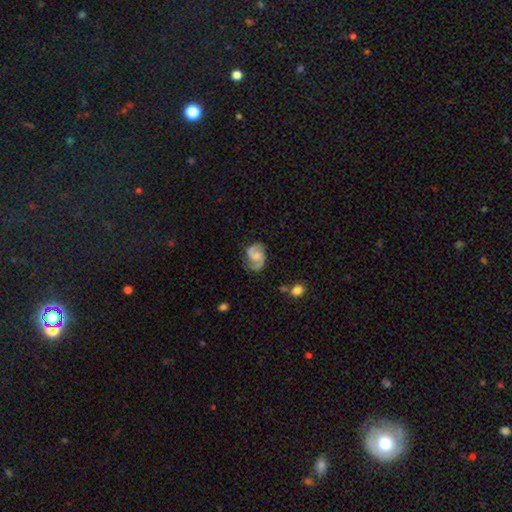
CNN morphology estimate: Smooth or featured?
  - featured or disk: 83% *
  - smooth: 12%
  - star or artifact: 5%
Edge-on disk?
  - no: 98% *
  - yes: 2%
Bar?
  - no: 50% *
  - weak: 42%
  - strong: 8%
Spiral arms?
  - yes: 96% *
  - no: 4%
Spiral winding?
  - medium: 53% *
  - loose: 28%
  - tight: 19%
Spiral arm count?
  - 2: 90% *
  - 1: 4%
  - can't tell: 3%
  - 3: 1%
  - 4: 1%
  - more than 4: 1%
Bulge size?
  - moderate: 38% *
  - small: 37%
  - none: 19%
  - large: 4%
  - dominant: 1%
Merging?
  - none: 72% *
  - minor disturbance: 19%
  - major disturbance: 7%
  - merger: 2%